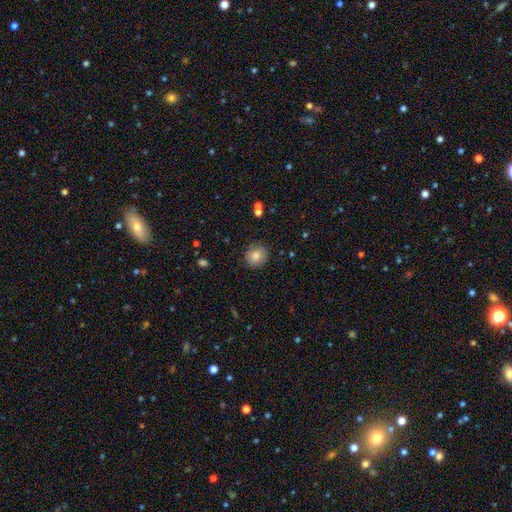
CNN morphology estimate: smooth-or-featured: smooth: 82% | star or artifact: 9% | featured or disk: 8%
  how-rounded: round: 85% | in between: 15% | cigar-shaped: 1%
  merging: none: 88% | minor disturbance: 8% | major disturbance: 2% | merger: 1%